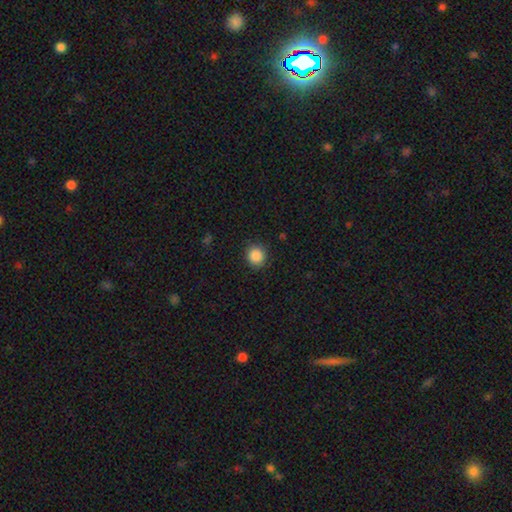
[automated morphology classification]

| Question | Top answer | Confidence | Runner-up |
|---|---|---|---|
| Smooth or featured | smooth | 87% | star or artifact (10%) |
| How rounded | round | 90% | in between (9%) |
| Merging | none | 89% | minor disturbance (8%) |